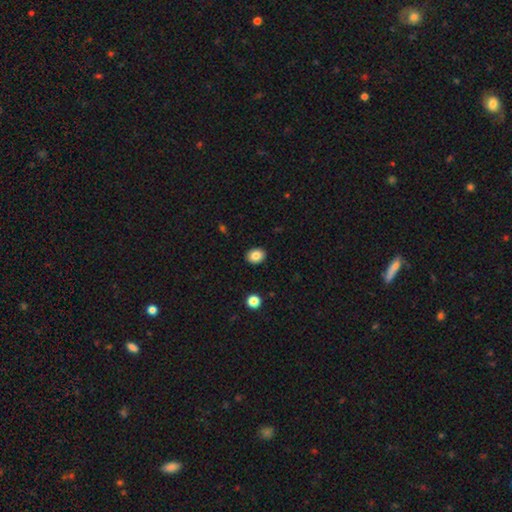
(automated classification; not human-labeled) The model was most divided on "how rounded": in between: 54%, round: 45%, cigar-shaped: 1%. More confident: merging — none (91%); smooth or featured — smooth (85%).